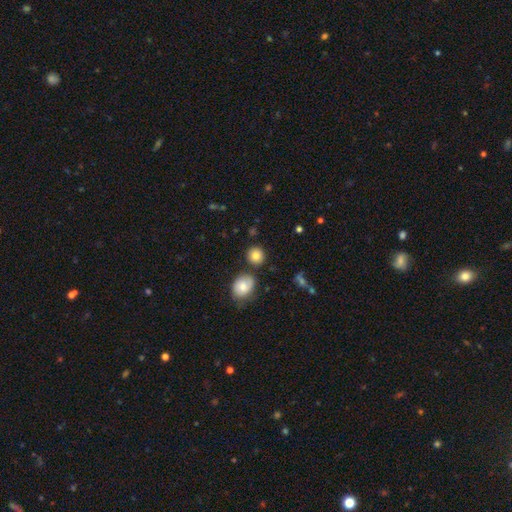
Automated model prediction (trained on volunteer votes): Smooth or featured? smooth (83%)
How rounded? round (86%)
Merging? none (81%)